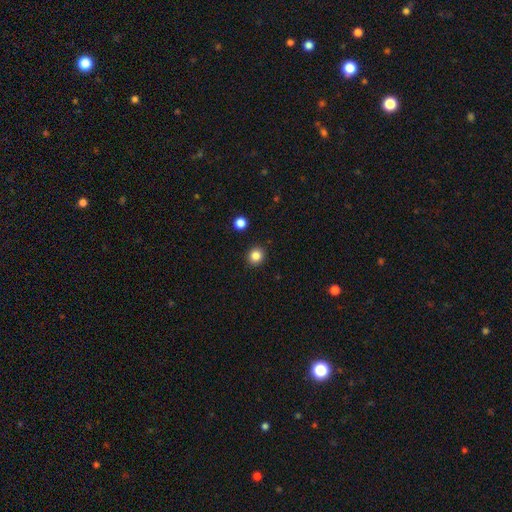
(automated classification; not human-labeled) Smooth or featured?
  - smooth: 85% *
  - star or artifact: 11%
  - featured or disk: 4%
How rounded?
  - round: 85% *
  - in between: 14%
  - cigar-shaped: 1%
Merging?
  - none: 92% *
  - minor disturbance: 5%
  - major disturbance: 2%
  - merger: 1%